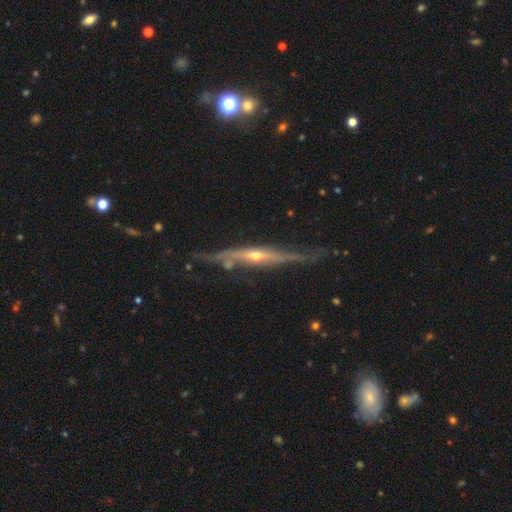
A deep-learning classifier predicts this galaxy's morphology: featured or disk 82%, smooth 12%, star or artifact 5%. Down the decision tree: edge-on disk — yes (86%); edge-on bulge — rounded (77%); merging — none (57%).